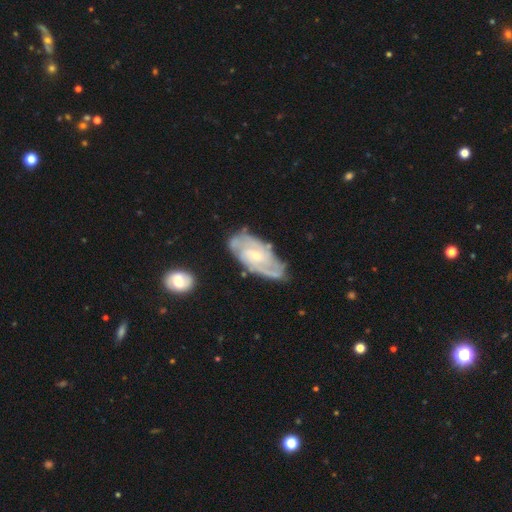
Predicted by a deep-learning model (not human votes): featured or disk 83%, smooth 12%, star or artifact 5%. Down the decision tree: edge-on disk — no (94%); bar — no (55%); spiral arms — yes (94%); spiral arm count — 2 (39%); spiral winding — tight (50%); bulge size — small (69%); merging — none (69%).